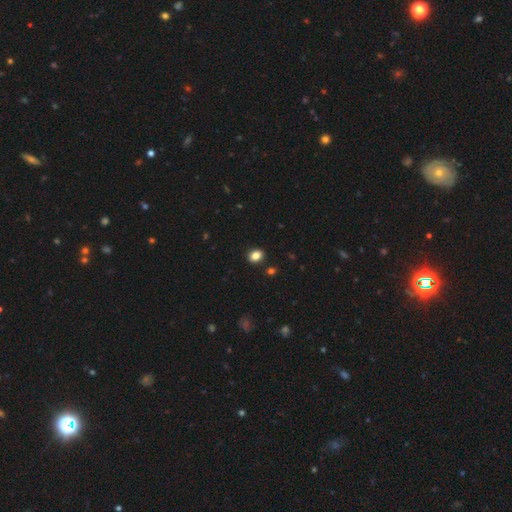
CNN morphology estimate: Overall: smooth (85%). How rounded: in between (59%; round 40%). Merging: none (89%).